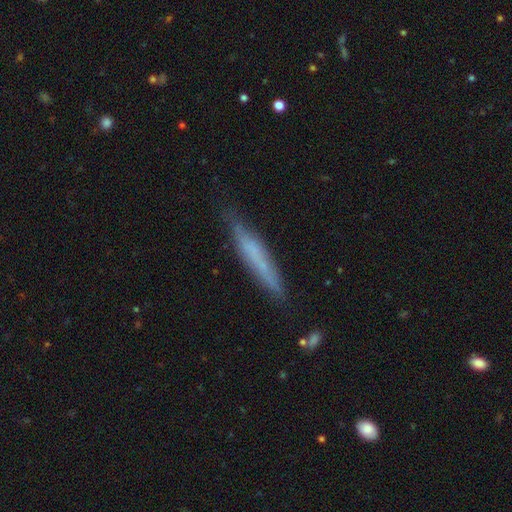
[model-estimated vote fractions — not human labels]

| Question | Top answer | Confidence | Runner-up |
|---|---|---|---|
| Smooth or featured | smooth | 54% | featured or disk (39%) |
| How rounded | cigar-shaped | 93% | in between (6%) |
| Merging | none | 75% | minor disturbance (19%) |